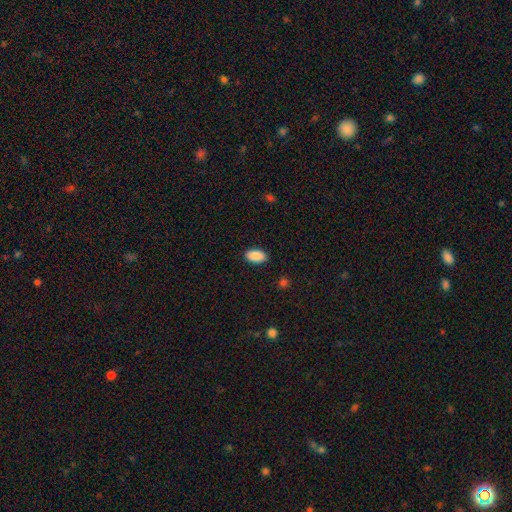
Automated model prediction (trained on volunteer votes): Smooth or featured? Predicted: smooth (p=0.90). How rounded? Predicted: in between (p=0.95). Merging? Predicted: none (p=0.89).